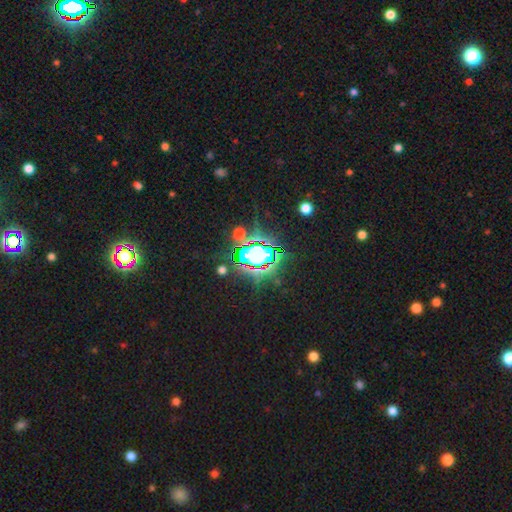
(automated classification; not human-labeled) Smooth or featured: star or artifact — 69% (smooth — 19%)